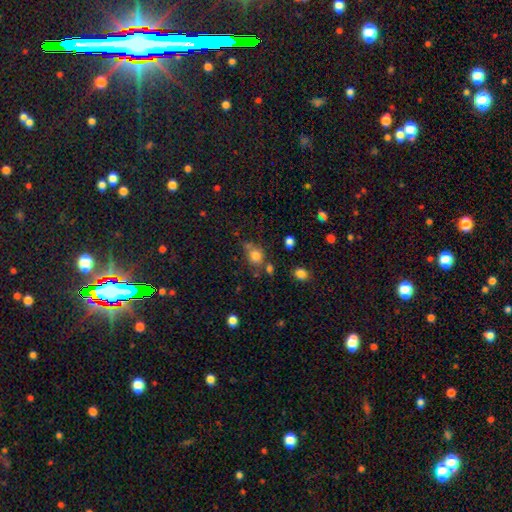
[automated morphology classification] This is likely a smooth galaxy (79%). How rounded: likely round (70%). Merging: possibly none (58%).